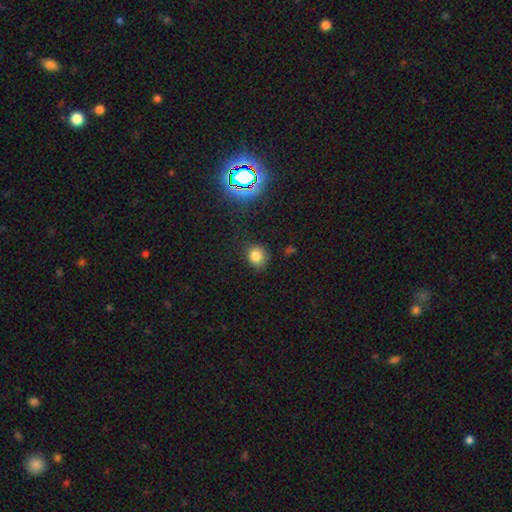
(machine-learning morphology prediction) Smooth or featured: smooth — 79% (star or artifact — 15%)
How rounded: round — 74% (in between — 24%)
Merging: none — 76% (minor disturbance — 17%)